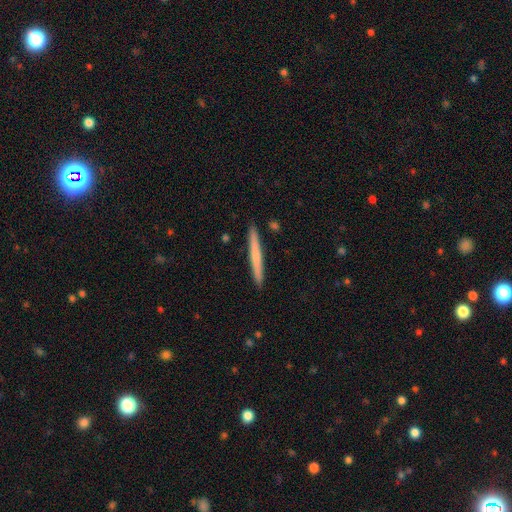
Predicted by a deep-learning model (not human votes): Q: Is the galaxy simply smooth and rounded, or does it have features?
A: smooth — 61%.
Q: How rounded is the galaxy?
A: cigar-shaped — 97%.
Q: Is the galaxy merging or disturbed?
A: none — 92%.